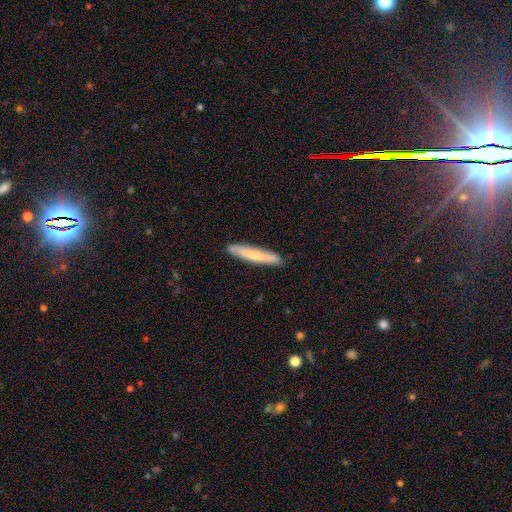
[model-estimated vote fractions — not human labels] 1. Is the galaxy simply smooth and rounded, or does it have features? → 66% smooth, 29% featured or disk, 5% star or artifact.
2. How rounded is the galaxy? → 91% cigar-shaped, 8% in between, 1% round.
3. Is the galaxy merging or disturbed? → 87% none, 10% minor disturbance, 2% major disturbance, 1% merger.